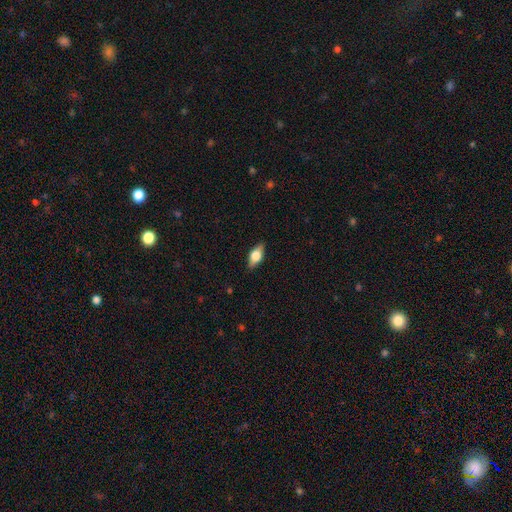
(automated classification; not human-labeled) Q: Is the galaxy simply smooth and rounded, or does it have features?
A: smooth — 55%.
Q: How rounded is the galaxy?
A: in between — 79%.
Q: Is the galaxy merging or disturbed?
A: none — 86%.